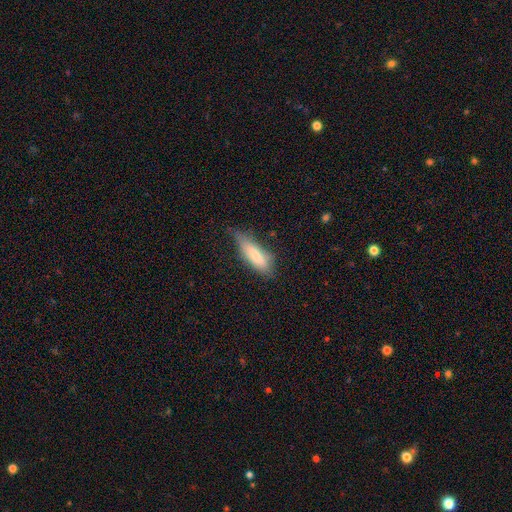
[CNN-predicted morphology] A smooth galaxy with no disk features (73%) that is in between round and cigar-shaped (51%). Merging: none (46%).